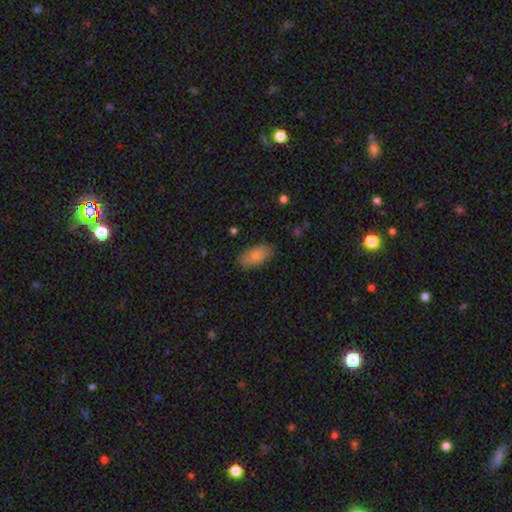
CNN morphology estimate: The model was most divided on "merging": none: 82%, minor disturbance: 14%, major disturbance: 3%, merger: 1%. More confident: how rounded — in between (93%); smooth or featured — smooth (82%).